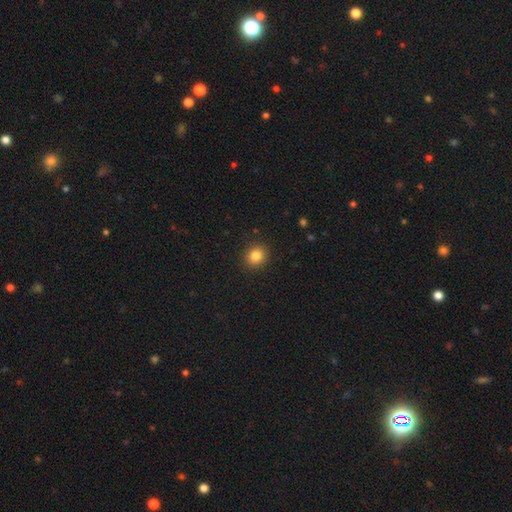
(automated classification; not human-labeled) The model was most divided on "how rounded": round: 83%, in between: 17%, cigar-shaped: 1%. More confident: merging — none (91%); smooth or featured — smooth (84%).